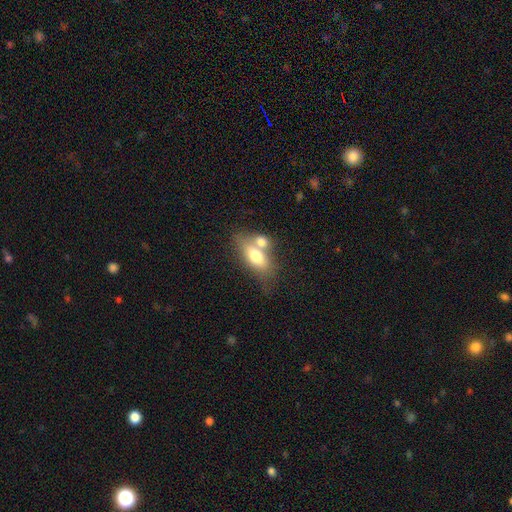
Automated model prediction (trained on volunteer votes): The model was most divided on "merging": merger: 52%, none: 32%, minor disturbance: 11%, major disturbance: 6%. More confident: how rounded — in between (79%); smooth or featured — smooth (67%).